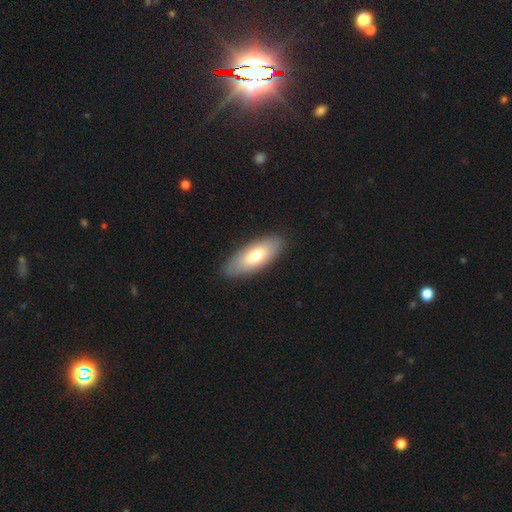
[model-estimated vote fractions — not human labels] Smooth or featured: smooth — 74% (featured or disk — 20%)
How rounded: in between — 78% (cigar-shaped — 20%)
Merging: none — 87% (minor disturbance — 10%)